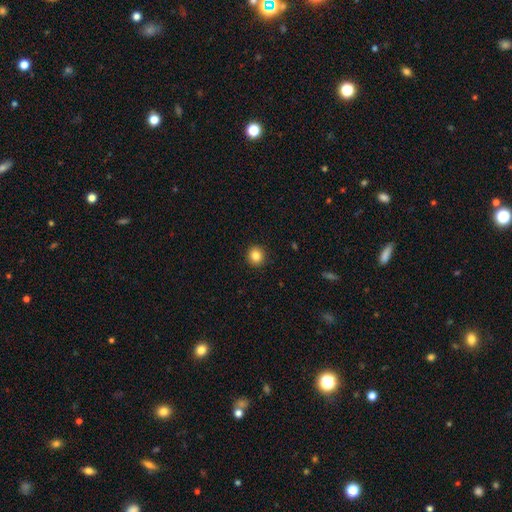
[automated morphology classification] This appears to be a smooth galaxy with no disk features (84%) that is round (91%). Merging: none (93%).